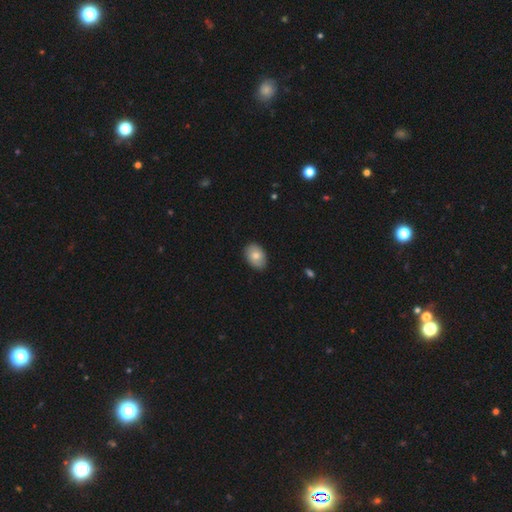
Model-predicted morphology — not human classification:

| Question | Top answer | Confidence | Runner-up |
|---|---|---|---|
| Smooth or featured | smooth | 79% | featured or disk (14%) |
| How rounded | in between | 82% | round (17%) |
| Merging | none | 87% | minor disturbance (10%) |